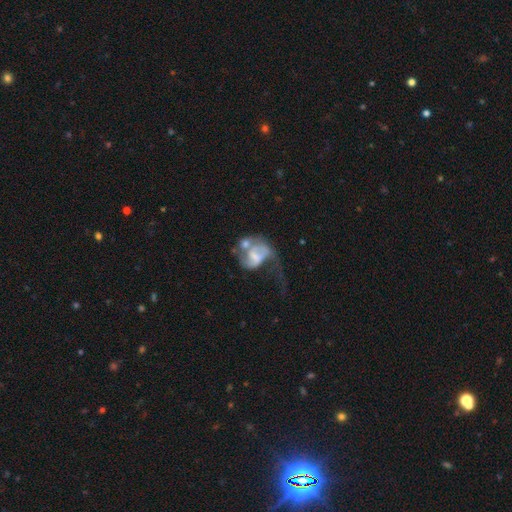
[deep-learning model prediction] Q: Smooth or featured?
A: featured or disk (67%); runner-up: smooth (25%)
Q: Edge-on disk?
A: no (97%); runner-up: yes (3%)
Q: Bar?
A: no (47%); runner-up: weak (39%)
Q: Spiral arms?
A: yes (70%); runner-up: no (30%)
Q: Bulge size?
A: none (31%); runner-up: small (29%)
Q: Merging?
A: major disturbance (42%); runner-up: merger (30%)